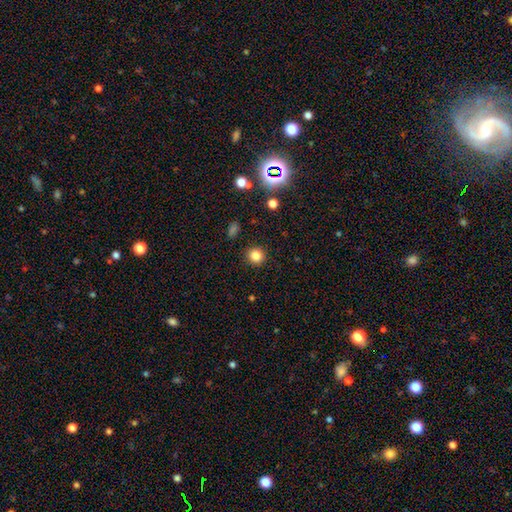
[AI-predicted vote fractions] smooth_or_featured: smooth (p=0.82) [alt: star or artifact p=0.13]
how_rounded: round (p=0.92) [alt: in between p=0.07]
merging: none (p=0.91) [alt: minor disturbance p=0.05]